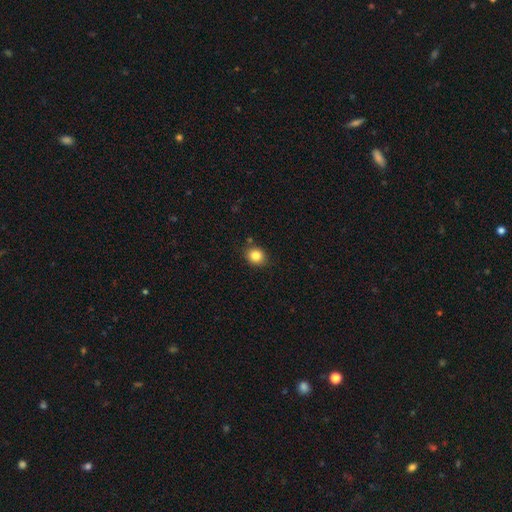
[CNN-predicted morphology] This appears to be a smooth galaxy with no disk features (84%) that is round (72%). Merging: none (85%).